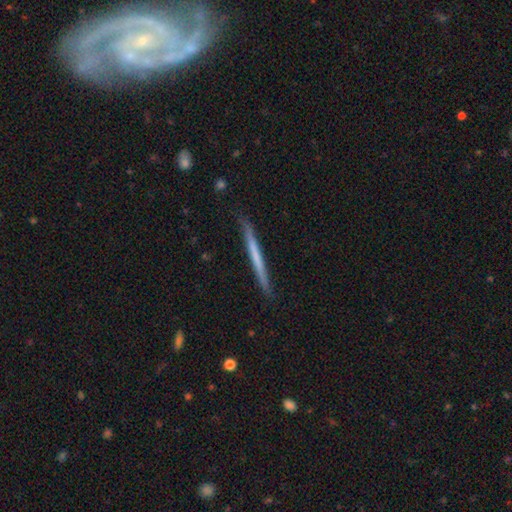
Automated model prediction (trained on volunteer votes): Morphology: type=smooth (50%); roundness=cigar-shaped (97%); merging=none (89%).